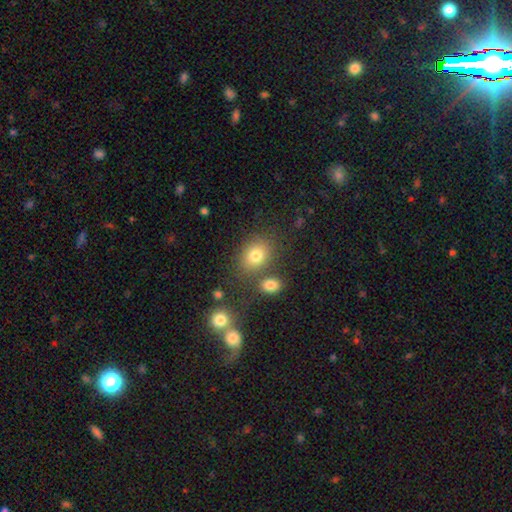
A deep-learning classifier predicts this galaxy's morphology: A smooth galaxy with no disk features (77%) that is in between round and cigar-shaped (50%).

Vote fractions:
- Smooth or featured? smooth: 77% / star or artifact: 14% / featured or disk: 9%
- How rounded? in between: 50% / round: 49% / cigar-shaped: 1%
- Merging? none: 70% / merger: 12% / minor disturbance: 12% / major disturbance: 5%